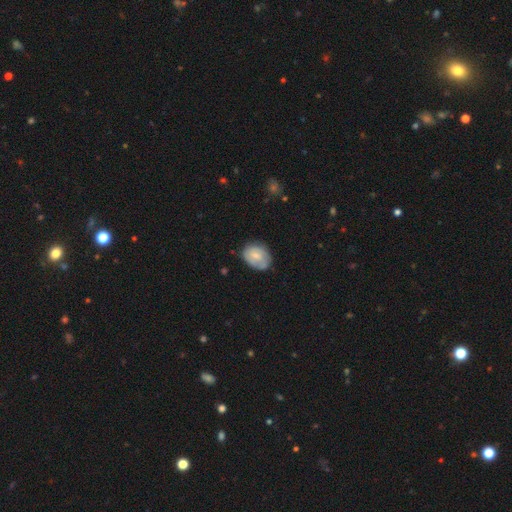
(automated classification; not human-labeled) The model was most divided on "how rounded": in between: 61%, round: 38%, cigar-shaped: 1%. More confident: merging — none (65%); smooth or featured — smooth (59%).